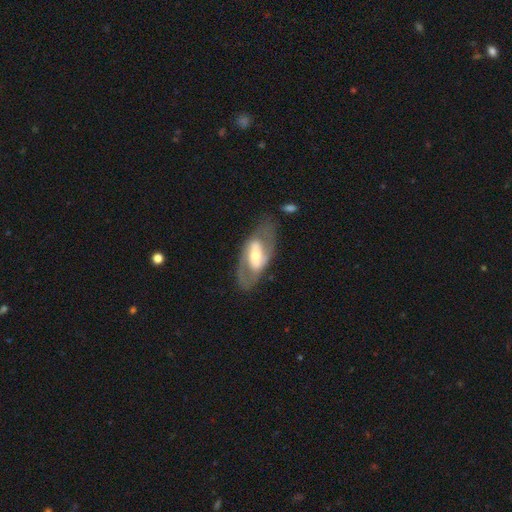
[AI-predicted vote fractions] Smooth or featured? Predicted: featured or disk (p=0.75). Edge-on disk? Predicted: no (p=0.91). Bar? Predicted: strong (p=0.49). Spiral arms? Predicted: yes (p=0.72). Bulge size? Predicted: moderate (p=0.56). Merging? Predicted: none (p=0.73).